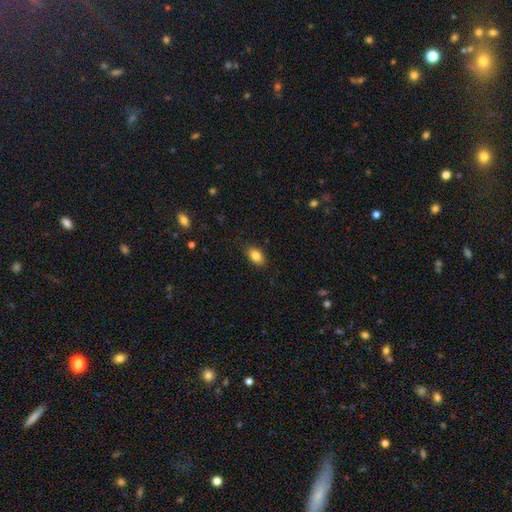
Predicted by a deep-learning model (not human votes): smooth_or_featured: smooth (p=0.85) [alt: star or artifact p=0.08]
how_rounded: in between (p=0.88) [alt: round p=0.10]
merging: none (p=0.86) [alt: minor disturbance p=0.10]